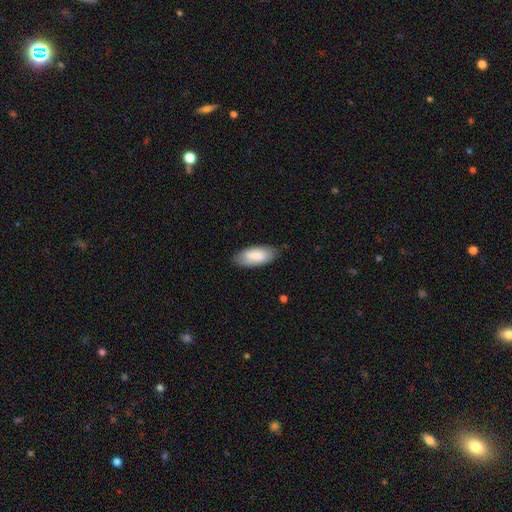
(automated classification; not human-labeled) Smooth or featured? Predicted: smooth (p=0.82). How rounded? Predicted: in between (p=0.89). Merging? Predicted: none (p=0.79).